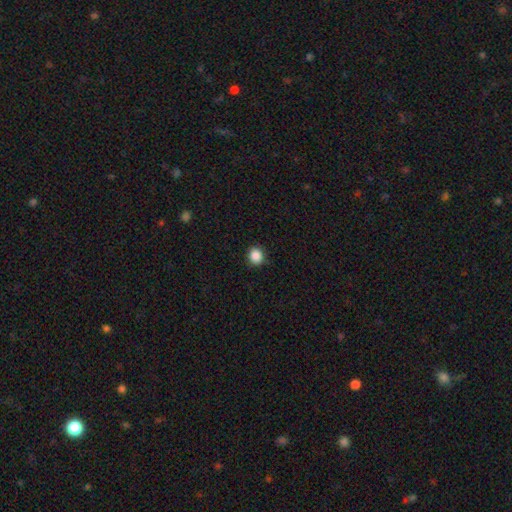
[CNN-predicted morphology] smooth-or-featured: smooth: 87% | star or artifact: 10% | featured or disk: 3%
  how-rounded: round: 84% | in between: 15% | cigar-shaped: 1%
  merging: none: 89% | minor disturbance: 8% | major disturbance: 2% | merger: 1%